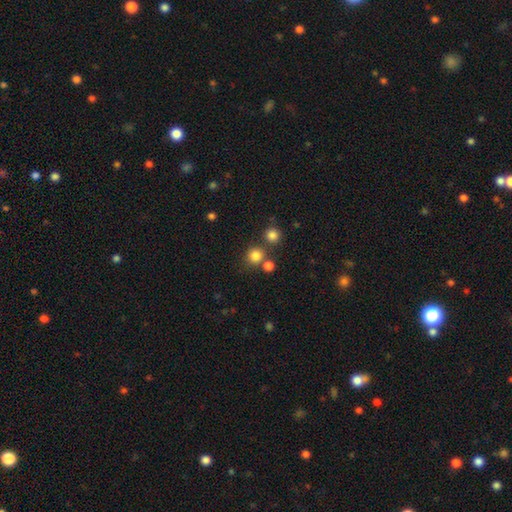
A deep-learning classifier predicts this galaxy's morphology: Q: Smooth or featured?
A: smooth (80%); runner-up: star or artifact (14%)
Q: How rounded?
A: round (89%); runner-up: in between (10%)
Q: Merging?
A: none (71%); runner-up: merger (18%)